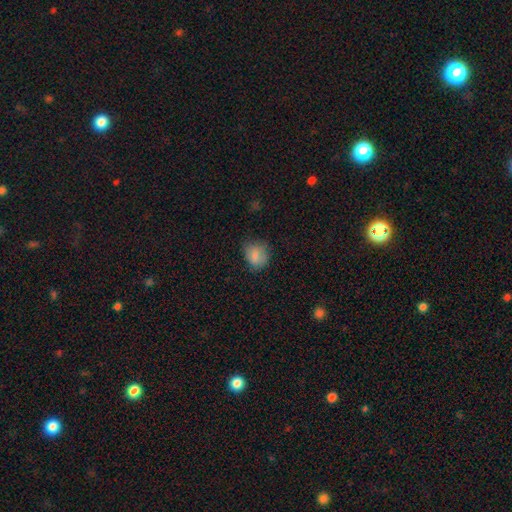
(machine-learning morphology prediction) Smooth or featured?
  - smooth: 83% *
  - star or artifact: 9%
  - featured or disk: 8%
How rounded?
  - round: 59% *
  - in between: 40%
  - cigar-shaped: 1%
Merging?
  - none: 66% *
  - minor disturbance: 25%
  - major disturbance: 7%
  - merger: 1%